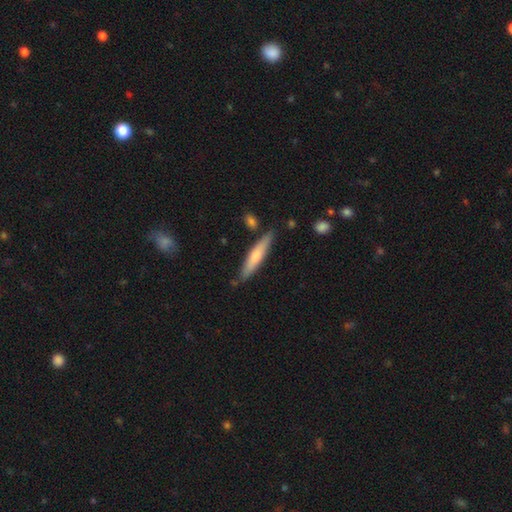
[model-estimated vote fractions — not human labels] Smooth or featured?
  - smooth: 53% *
  - featured or disk: 41%
  - star or artifact: 6%
How rounded?
  - cigar-shaped: 87% *
  - in between: 11%
  - round: 1%
Merging?
  - none: 82% *
  - minor disturbance: 12%
  - merger: 4%
  - major disturbance: 2%